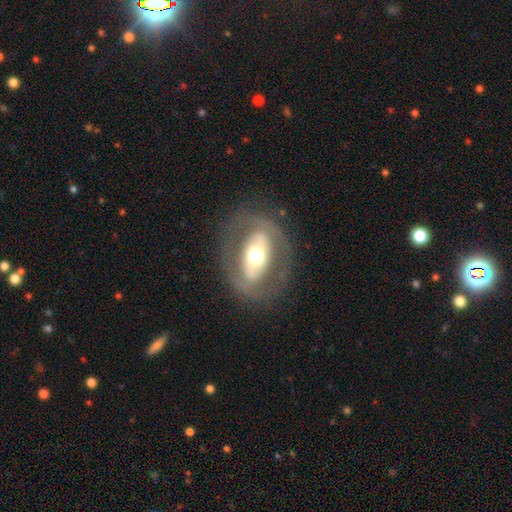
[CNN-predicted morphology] A featured or disk galaxy (60%) with no bar (49%), no spiral arms (81%) and a moderate central bulge (58%).

Vote fractions:
- Smooth or featured? featured or disk: 60% / smooth: 33% / star or artifact: 7%
- Edge-on disk? no: 90% / yes: 10%
- Bar? no: 49% / strong: 31% / weak: 20%
- Spiral arms? no: 81% / yes: 19%
- Bulge size? moderate: 58% / large: 28% / small: 8% / dominant: 5% / none: 1%
- Merging? none: 76% / minor disturbance: 12% / major disturbance: 11% / merger: 1%